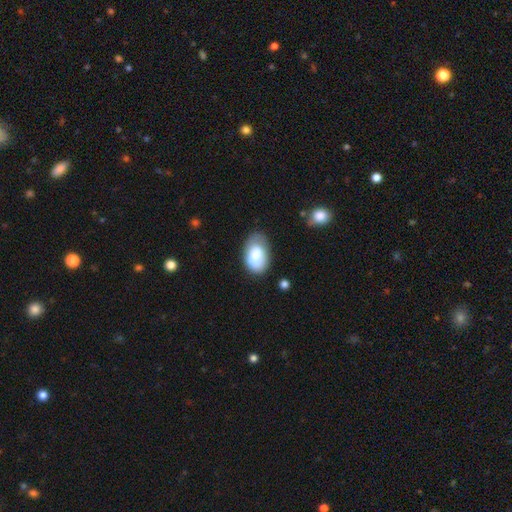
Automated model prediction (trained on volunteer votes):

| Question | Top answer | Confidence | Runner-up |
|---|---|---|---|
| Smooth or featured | smooth | 75% | featured or disk (19%) |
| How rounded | in between | 91% | round (7%) |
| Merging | none | 59% | minor disturbance (29%) |